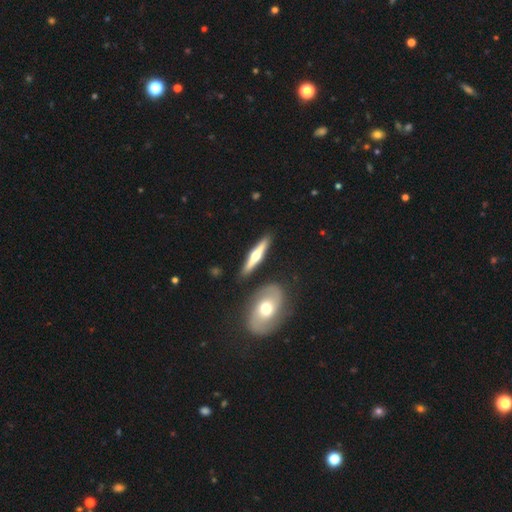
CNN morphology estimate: This appears to be a featured or disk galaxy (66%) viewed edge-on (95%) with a rounded central bulge (93%). Merging: none (86%).